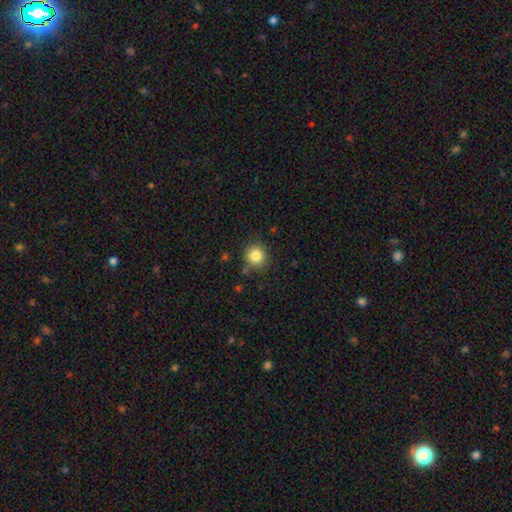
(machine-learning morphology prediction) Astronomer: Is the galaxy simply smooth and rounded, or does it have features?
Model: smooth — 84%.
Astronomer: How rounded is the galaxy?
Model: round — 90%.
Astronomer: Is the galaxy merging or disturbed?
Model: none — 85%.